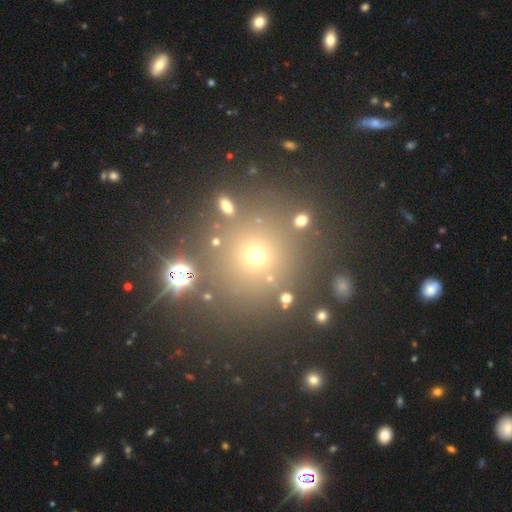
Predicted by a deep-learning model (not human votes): A smooth galaxy with no disk features (61%) that is round (90%). Merging: none (80%).